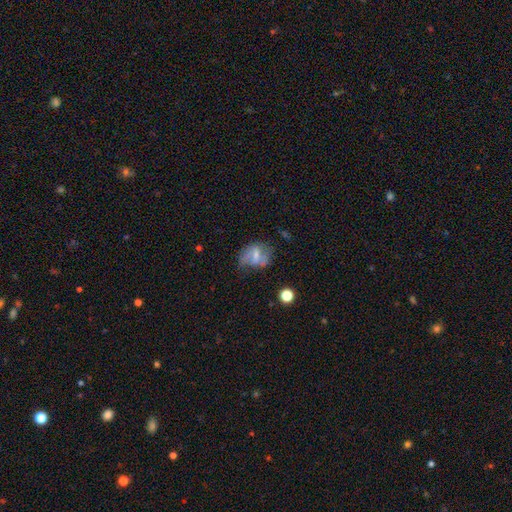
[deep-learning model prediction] Smooth or featured? featured or disk (46%)
Merging? none (45%)